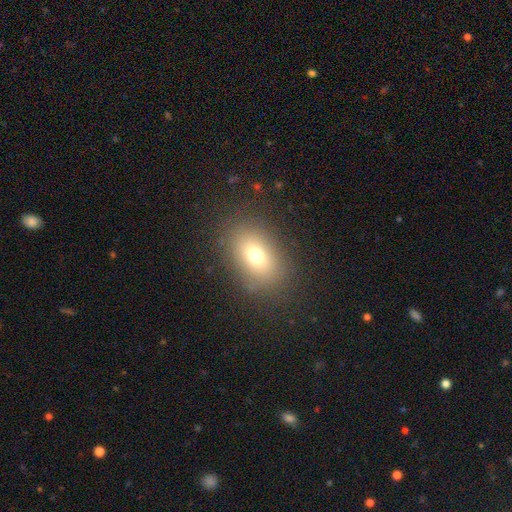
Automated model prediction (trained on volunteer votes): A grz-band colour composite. It shows a smooth galaxy with no disk features (72%) that is in between round and cigar-shaped (73%). Merging: none (84%).